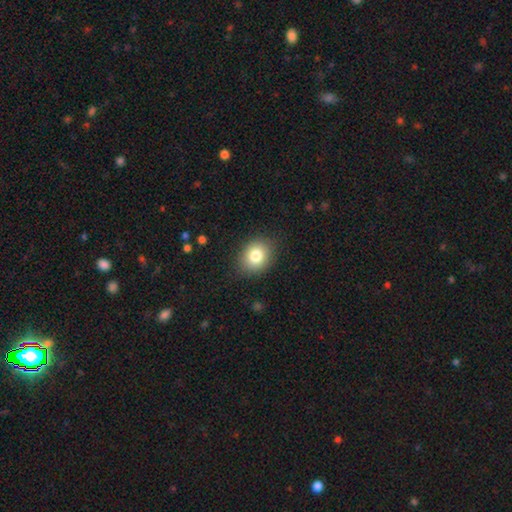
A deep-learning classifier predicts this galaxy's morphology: Q: Smooth or featured?
A: smooth (81%); runner-up: star or artifact (9%)
Q: How rounded?
A: round (54%); runner-up: in between (45%)
Q: Merging?
A: none (85%); runner-up: minor disturbance (11%)